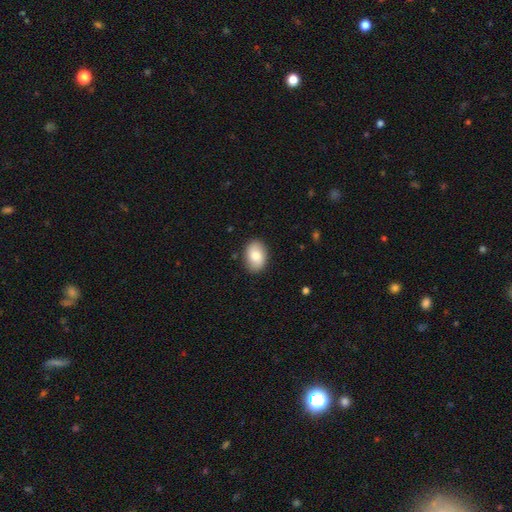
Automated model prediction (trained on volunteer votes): smooth-or-featured: smooth: 80% | featured or disk: 14% | star or artifact: 6%
  how-rounded: in between: 82% | round: 16% | cigar-shaped: 1%
  merging: none: 87% | minor disturbance: 10% | major disturbance: 2% | merger: 1%